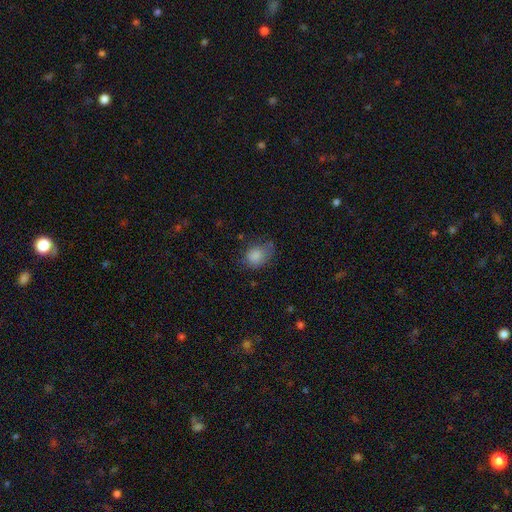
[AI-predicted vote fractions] Morphology: type=smooth (83%); roundness=in between (64%); merging=none (51%).